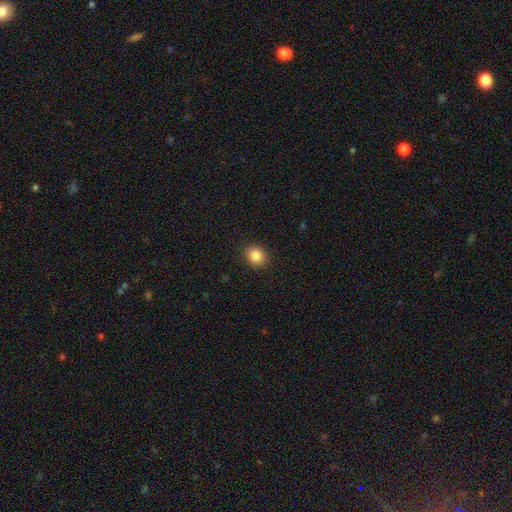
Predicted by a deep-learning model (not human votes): Smooth or featured?
  - smooth: 86% *
  - star or artifact: 10%
  - featured or disk: 4%
How rounded?
  - round: 65% *
  - in between: 35%
  - cigar-shaped: 1%
Merging?
  - none: 90% *
  - minor disturbance: 7%
  - major disturbance: 2%
  - merger: 1%